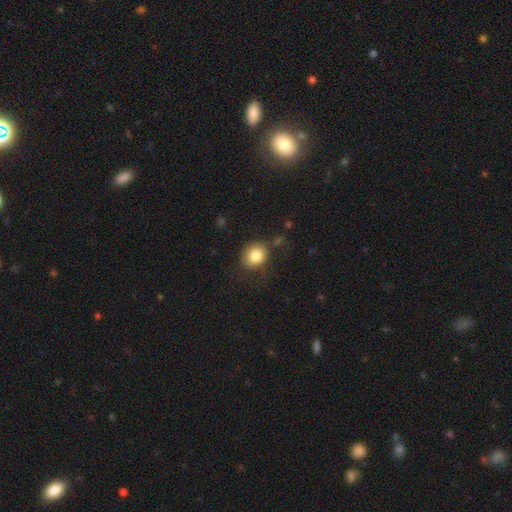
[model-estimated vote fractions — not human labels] Smooth or featured: smooth — 83% (star or artifact — 10%)
How rounded: round — 75% (in between — 24%)
Merging: none — 73% (minor disturbance — 17%)